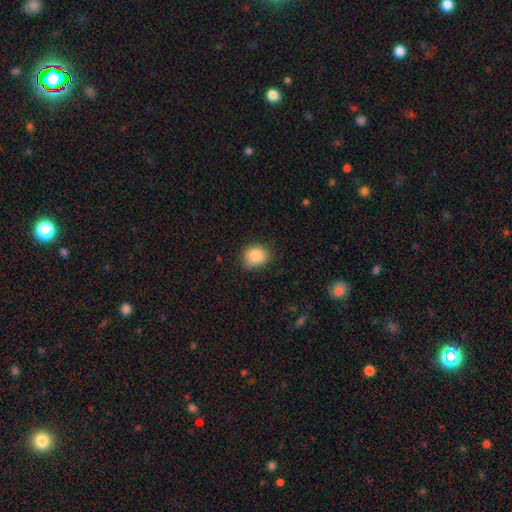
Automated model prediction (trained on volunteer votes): smooth_or_featured: smooth (p=0.88) [alt: star or artifact p=0.08]
how_rounded: round (p=0.56) [alt: in between p=0.43]
merging: none (p=0.76) [alt: minor disturbance p=0.19]